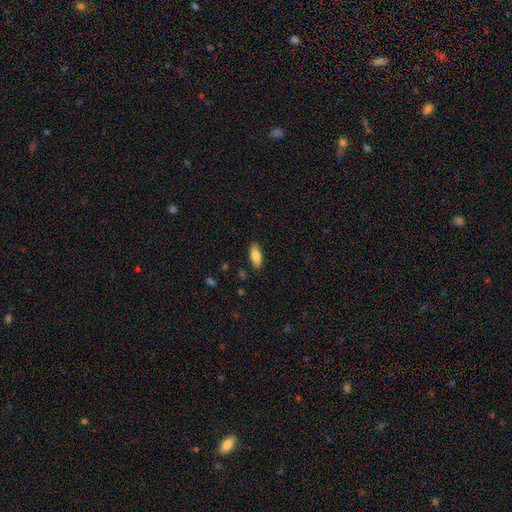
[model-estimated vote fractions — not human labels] smooth-or-featured: smooth: 82% | featured or disk: 12% | star or artifact: 6%
  how-rounded: in between: 79% | cigar-shaped: 19% | round: 2%
  merging: none: 87% | minor disturbance: 10% | major disturbance: 2% | merger: 1%